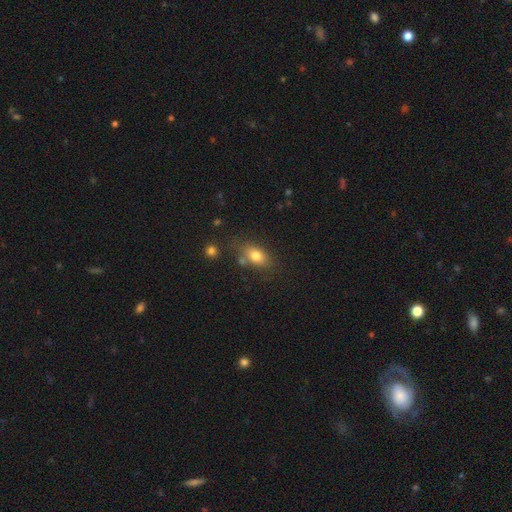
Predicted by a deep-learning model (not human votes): Smooth or featured? smooth (79%)
How rounded? in between (81%)
Merging? none (67%)